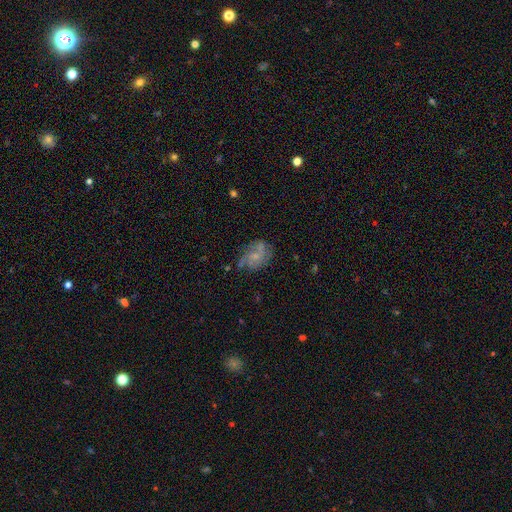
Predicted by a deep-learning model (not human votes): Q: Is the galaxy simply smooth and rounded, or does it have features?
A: featured or disk — 55%.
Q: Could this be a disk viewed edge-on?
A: no — 97%.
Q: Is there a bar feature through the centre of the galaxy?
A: no — 73%.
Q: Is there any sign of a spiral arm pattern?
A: yes — 73%.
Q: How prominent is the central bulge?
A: small — 59%.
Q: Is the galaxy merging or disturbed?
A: none — 54%.